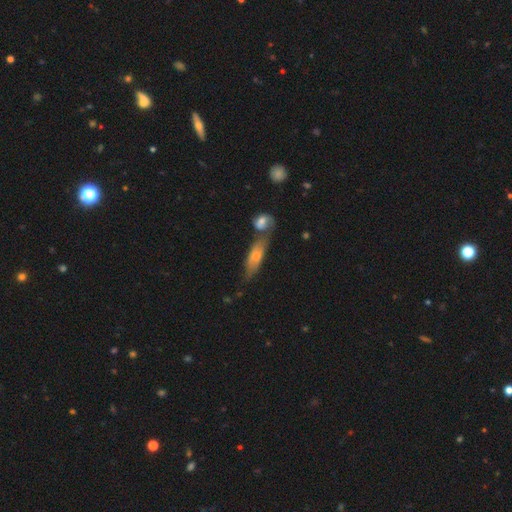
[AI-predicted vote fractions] A smooth galaxy with no disk features (50%).

Vote fractions:
- Smooth or featured? smooth: 50% / featured or disk: 41% / star or artifact: 9%
- Merging? none: 46% / merger: 32% / minor disturbance: 16% / major disturbance: 6%